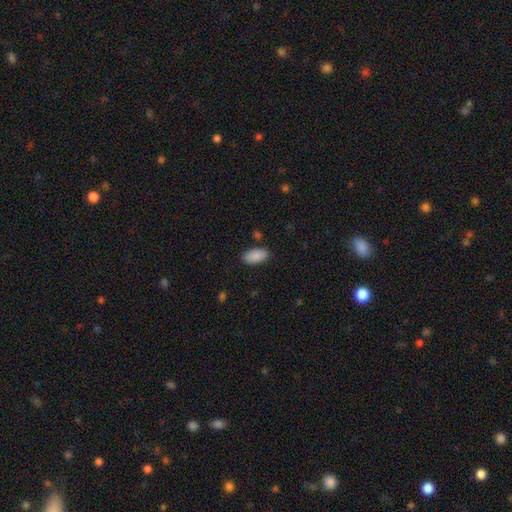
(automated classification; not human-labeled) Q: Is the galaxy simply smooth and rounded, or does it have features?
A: smooth — 90%.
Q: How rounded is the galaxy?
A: in between — 94%.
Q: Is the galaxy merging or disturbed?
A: none — 83%.